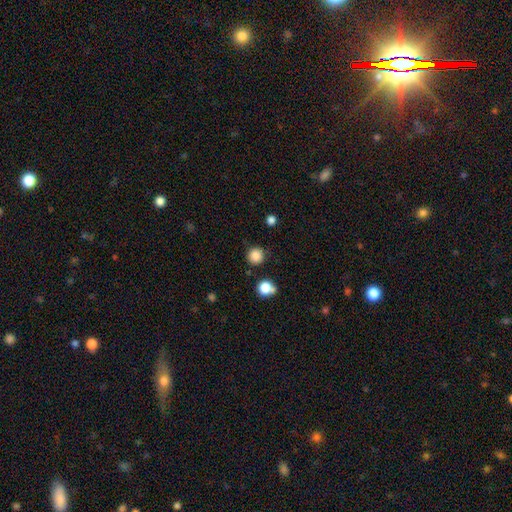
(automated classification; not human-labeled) A smooth galaxy with no disk features (85%) that is round (94%). Merging: none (87%).